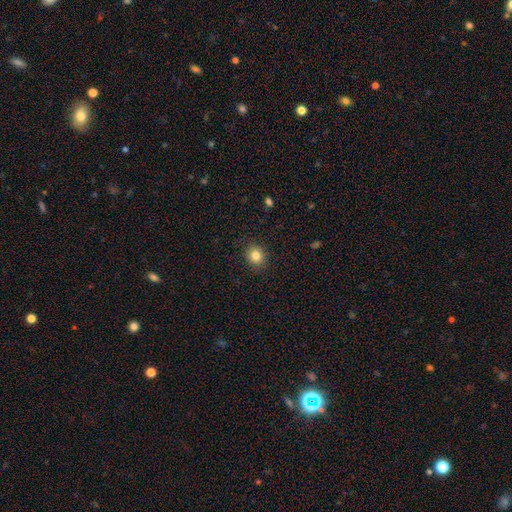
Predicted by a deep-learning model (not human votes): Morphology: type=smooth (84%); roundness=round (76%); merging=none (90%).